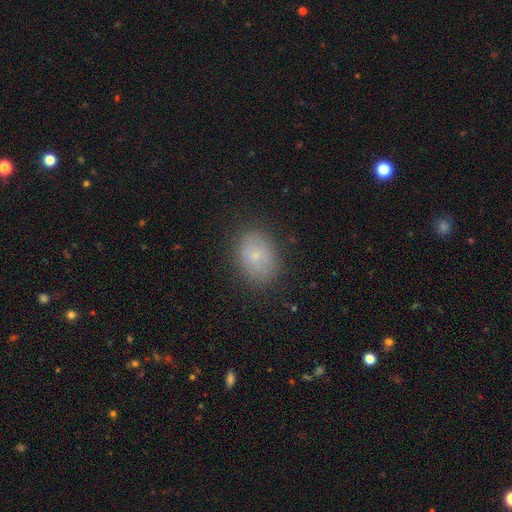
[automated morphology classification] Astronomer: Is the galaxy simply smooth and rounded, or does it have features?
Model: smooth — 70%.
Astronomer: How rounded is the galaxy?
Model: in between — 68%.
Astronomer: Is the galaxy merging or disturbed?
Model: none — 80%.